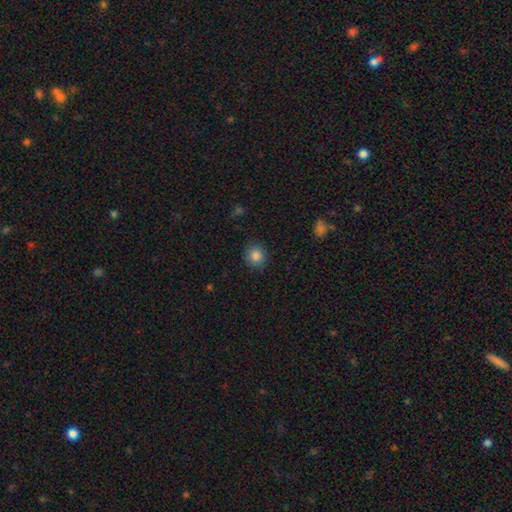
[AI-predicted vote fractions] Smooth or featured? smooth (84%)
How rounded? round (87%)
Merging? none (89%)